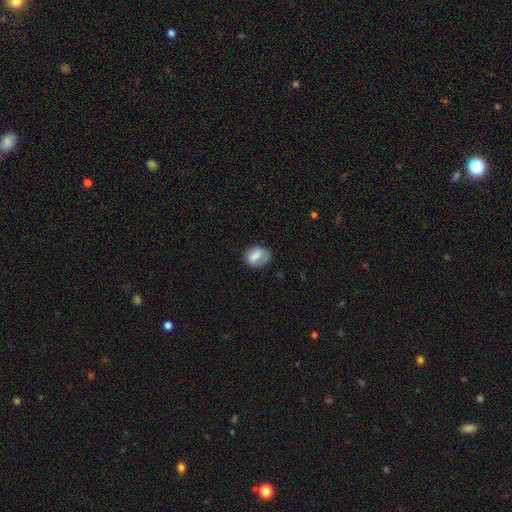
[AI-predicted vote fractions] smooth 69%, featured or disk 22%, star or artifact 8%. Down the decision tree: how rounded — in between (58%); merging — none (59%).